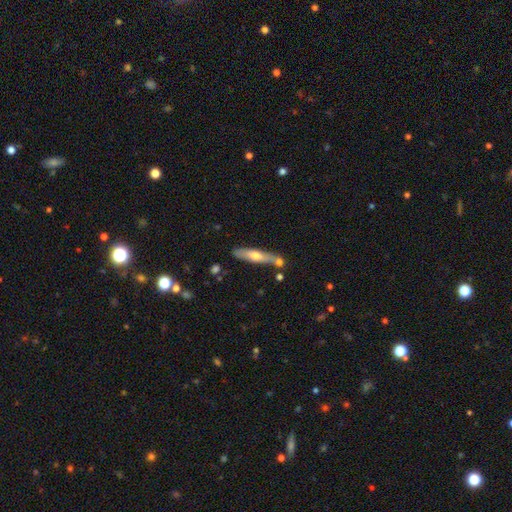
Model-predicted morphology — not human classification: Q: Smooth or featured?
A: smooth (50%); runner-up: featured or disk (44%)
Q: How rounded?
A: cigar-shaped (82%); runner-up: in between (16%)
Q: Merging?
A: none (61%); runner-up: merger (18%)